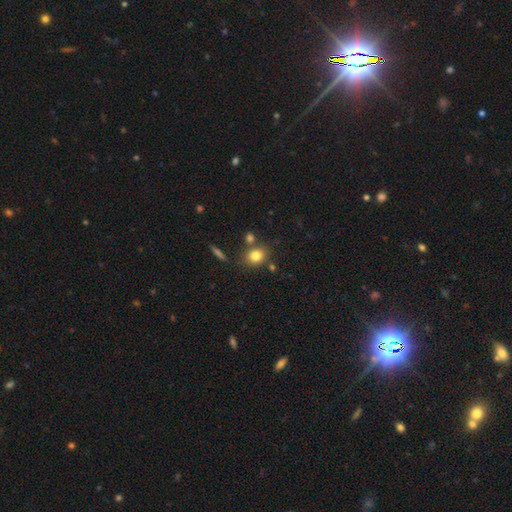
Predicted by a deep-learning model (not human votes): Smooth or featured? Predicted: smooth (p=0.80). How rounded? Predicted: round (p=0.61). Merging? Predicted: none (p=0.72).